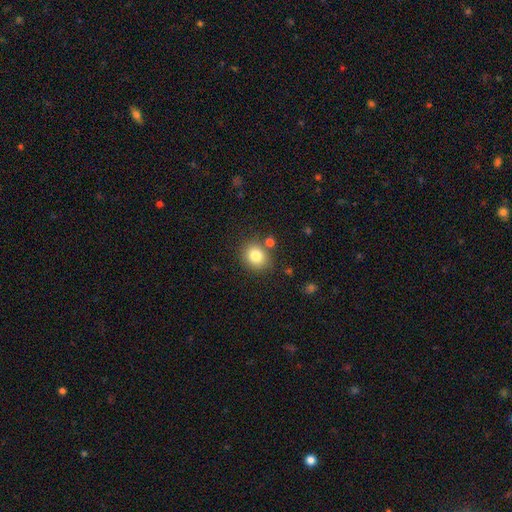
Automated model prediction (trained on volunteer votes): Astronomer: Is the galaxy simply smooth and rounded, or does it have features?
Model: smooth — 82%.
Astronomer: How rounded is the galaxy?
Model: round — 71%.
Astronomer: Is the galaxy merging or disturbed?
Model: none — 78%.